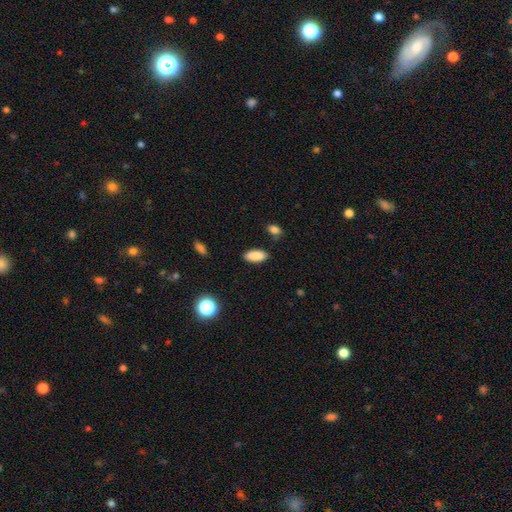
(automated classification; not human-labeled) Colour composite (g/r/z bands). It shows a smooth galaxy with no disk features (88%) that is in between round and cigar-shaped (84%). Merging: none (85%).